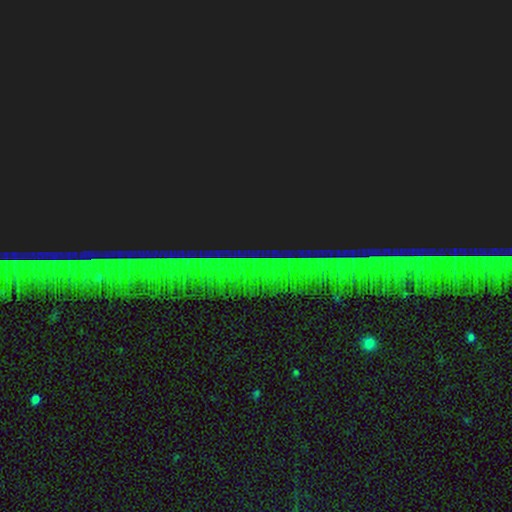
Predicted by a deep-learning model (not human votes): smooth-or-featured: star or artifact: 85% | featured or disk: 8% | smooth: 7%